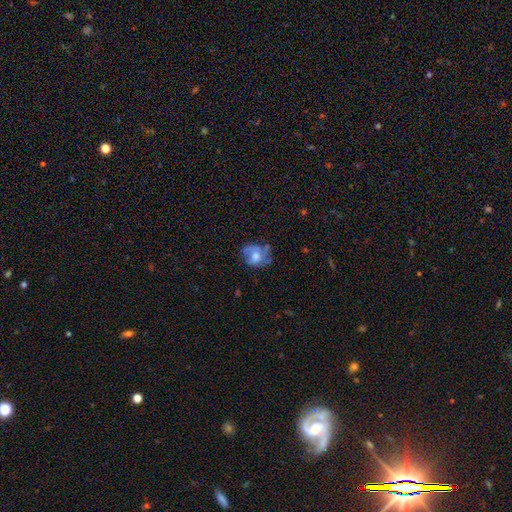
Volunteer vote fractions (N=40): Q: Smooth or featured?
A: featured or disk (60%); runner-up: smooth (35%)
Q: Edge-on disk?
A: no (100%)
Q: Bar?
A: no (75%); runner-up: weak (25%)
Q: Spiral arms?
A: yes (71%); runner-up: no (29%)
Q: Spiral winding?
A: tight (35%); tied with: medium (35%)
Q: Spiral arm count?
A: can't tell (65%); runner-up: 3 (12%)
Q: Bulge size?
A: moderate (46%); runner-up: large (42%)
Q: Merging?
A: none (47%); runner-up: minor disturbance (29%)